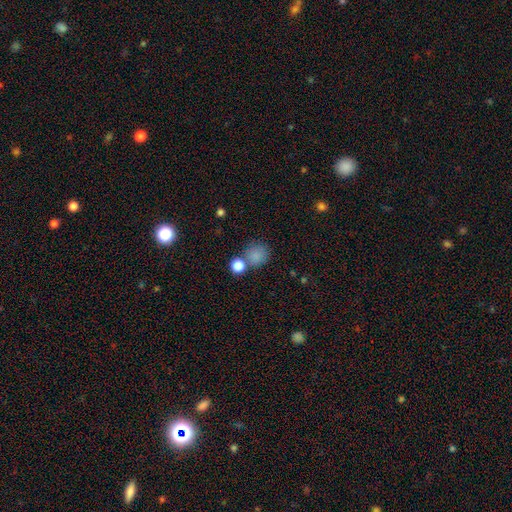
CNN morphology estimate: smooth-or-featured: smooth: 82% | star or artifact: 12% | featured or disk: 6%
  how-rounded: round: 84% | in between: 15% | cigar-shaped: 1%
  merging: none: 65% | merger: 18% | minor disturbance: 12% | major disturbance: 5%